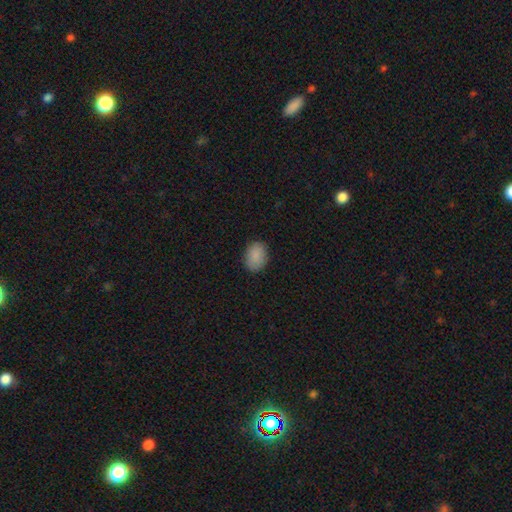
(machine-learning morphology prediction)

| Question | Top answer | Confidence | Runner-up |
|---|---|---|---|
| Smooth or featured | smooth | 88% | star or artifact (8%) |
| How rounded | in between | 74% | round (25%) |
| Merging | none | 82% | minor disturbance (14%) |